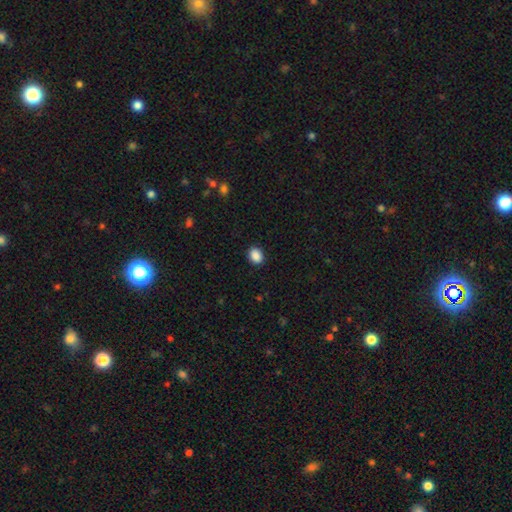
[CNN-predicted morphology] A smooth galaxy with no disk features (89%) that is in between round and cigar-shaped (60%). Merging: none (90%).